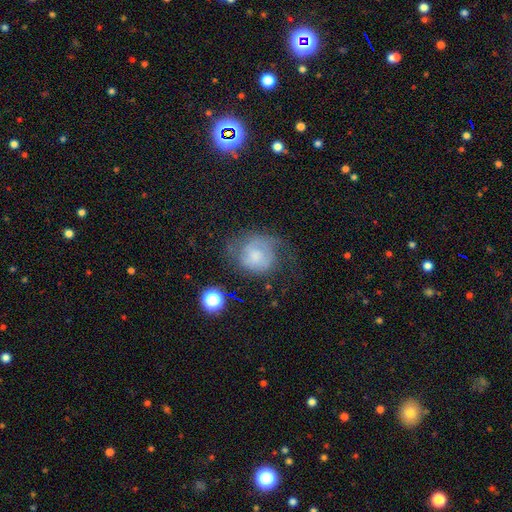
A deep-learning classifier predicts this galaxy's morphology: A smooth galaxy with no disk features (45%).

Vote fractions:
- Smooth or featured? smooth: 45% / featured or disk: 44% / star or artifact: 11%
- Merging? none: 40% / major disturbance: 31% / minor disturbance: 26% / merger: 3%